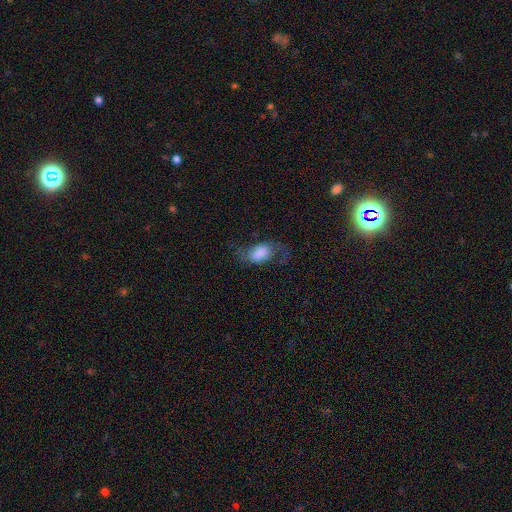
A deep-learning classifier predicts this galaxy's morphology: smooth-or-featured: featured or disk: 49% | smooth: 38% | star or artifact: 13%
  merging: none: 59% | major disturbance: 20% | minor disturbance: 20% | merger: 2%